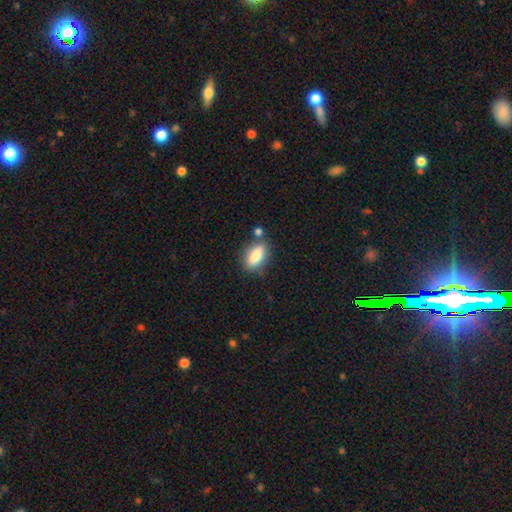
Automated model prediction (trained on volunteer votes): Q: Smooth or featured?
A: smooth (80%); runner-up: featured or disk (13%)
Q: How rounded?
A: in between (76%); runner-up: cigar-shaped (19%)
Q: Merging?
A: none (70%); runner-up: minor disturbance (14%)